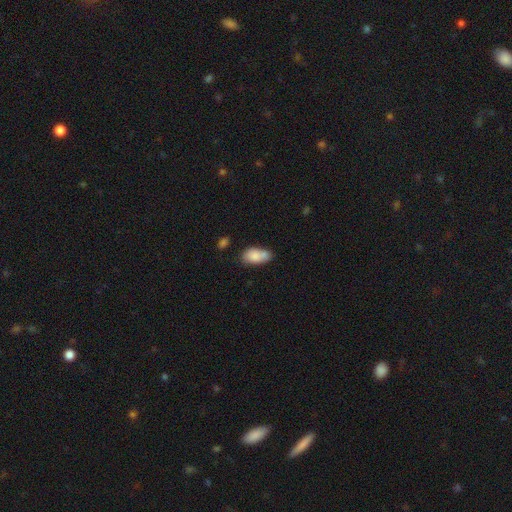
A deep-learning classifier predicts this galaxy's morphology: Smooth or featured?
  - smooth: 80% *
  - featured or disk: 13%
  - star or artifact: 7%
How rounded?
  - in between: 90% *
  - round: 6%
  - cigar-shaped: 5%
Merging?
  - none: 47% *
  - merger: 25%
  - minor disturbance: 21%
  - major disturbance: 6%